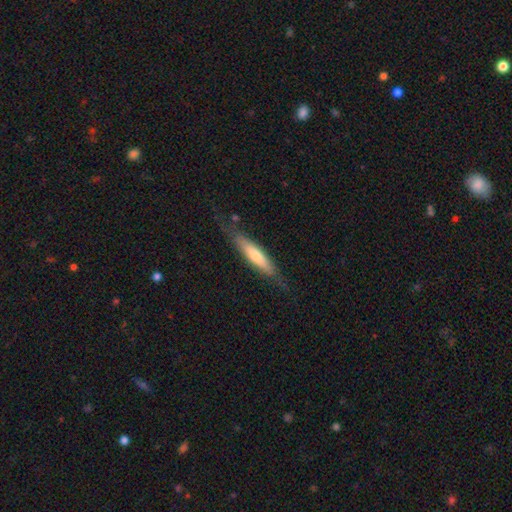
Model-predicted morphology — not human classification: Smooth or featured?
  - smooth: 53% *
  - featured or disk: 42%
  - star or artifact: 5%
How rounded?
  - cigar-shaped: 83% *
  - in between: 15%
  - round: 2%
Merging?
  - none: 74% *
  - minor disturbance: 18%
  - major disturbance: 7%
  - merger: 2%